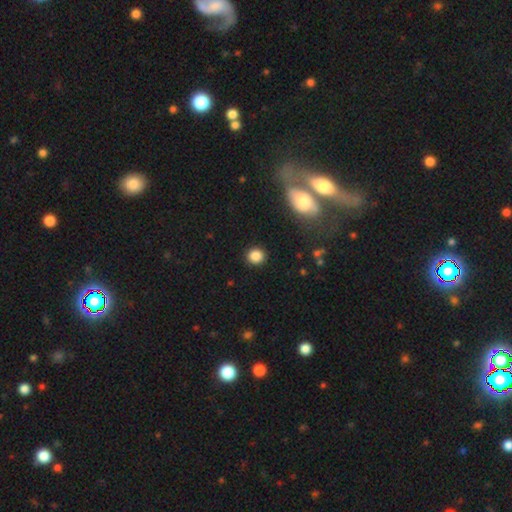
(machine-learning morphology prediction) Smooth or featured?
  - smooth: 85% *
  - star or artifact: 11%
  - featured or disk: 4%
How rounded?
  - round: 88% *
  - in between: 11%
  - cigar-shaped: 1%
Merging?
  - none: 91% *
  - minor disturbance: 6%
  - major disturbance: 2%
  - merger: 1%